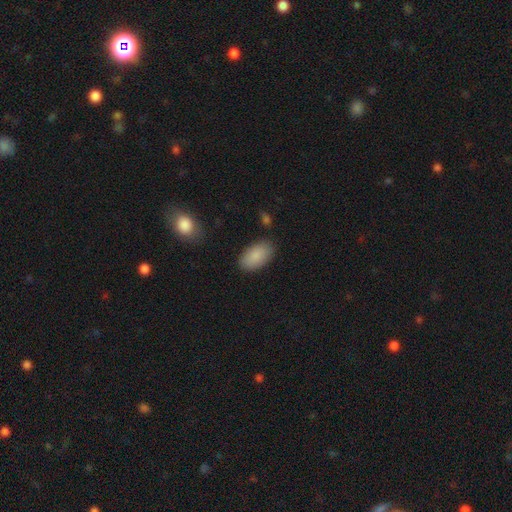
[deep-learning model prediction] Smooth or featured? smooth (88%)
How rounded? in between (95%)
Merging? none (84%)